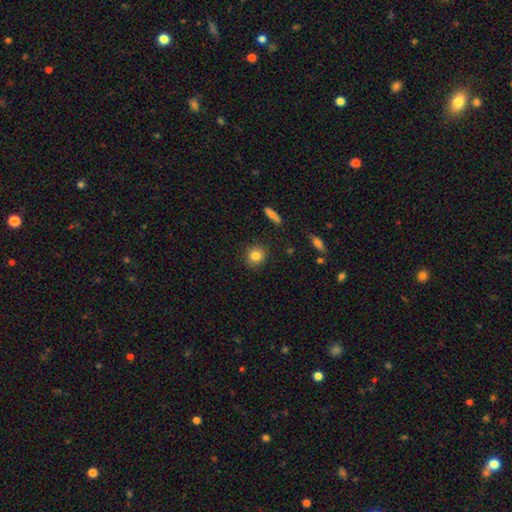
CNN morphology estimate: smooth-or-featured: smooth: 84% | star or artifact: 10% | featured or disk: 7%
  how-rounded: round: 84% | in between: 14% | cigar-shaped: 1%
  merging: none: 88% | minor disturbance: 8% | major disturbance: 2% | merger: 2%